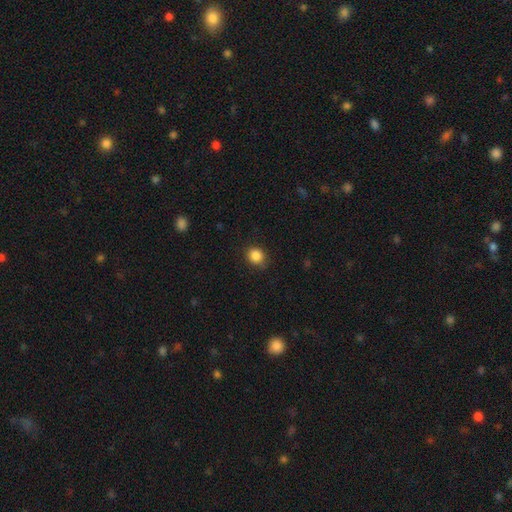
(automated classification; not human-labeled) This is clearly a smooth galaxy (86%). How rounded: likely round (79%). Merging: clearly none (83%).